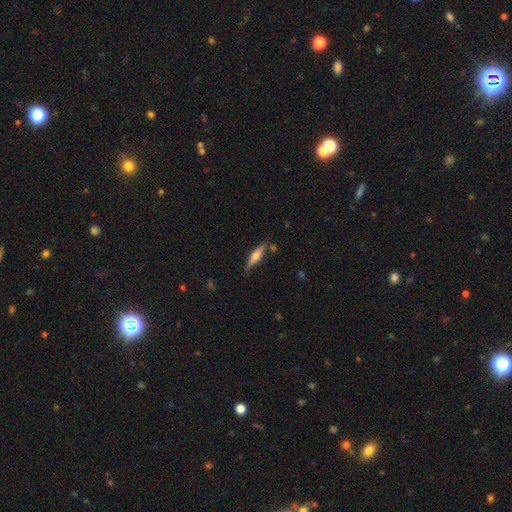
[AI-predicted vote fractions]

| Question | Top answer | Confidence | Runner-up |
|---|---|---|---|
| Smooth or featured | featured or disk | 54% | smooth (40%) |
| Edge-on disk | yes | 95% | no (5%) |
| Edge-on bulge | rounded | 82% | boxy (13%) |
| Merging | none | 78% | minor disturbance (14%) |